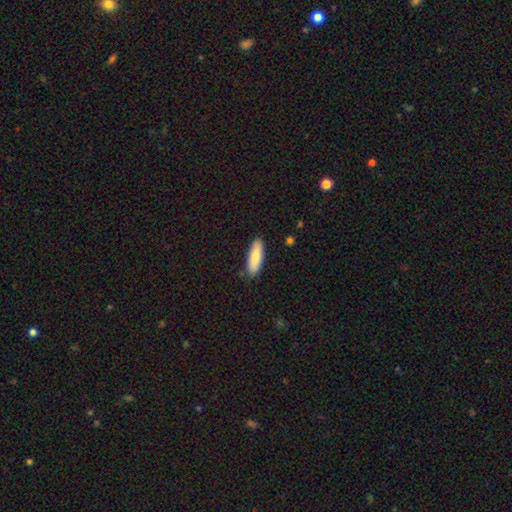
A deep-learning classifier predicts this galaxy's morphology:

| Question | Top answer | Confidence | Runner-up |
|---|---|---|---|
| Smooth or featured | smooth | 83% | featured or disk (11%) |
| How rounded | in between | 56% | cigar-shaped (42%) |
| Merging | none | 88% | minor disturbance (9%) |